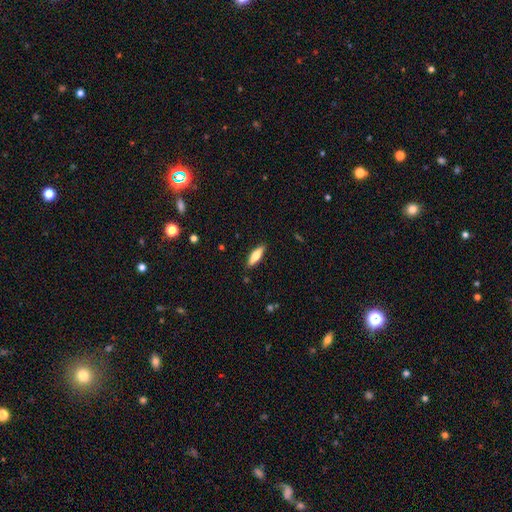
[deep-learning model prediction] A smooth galaxy with no disk features (66%) that is cigar-shaped (56%). Merging: none (89%).